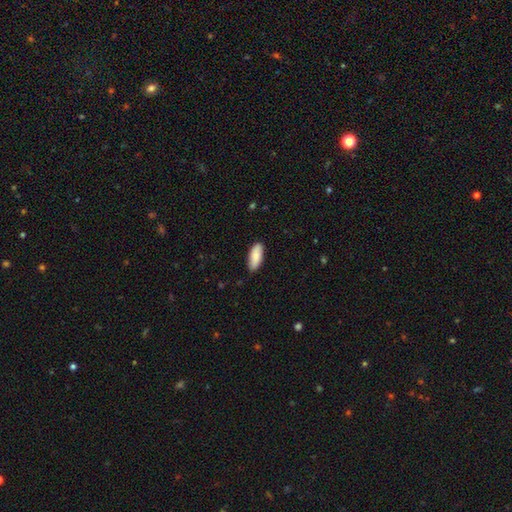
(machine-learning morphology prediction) Overall: smooth (85%). How rounded: in between (79%). Merging: none (86%).